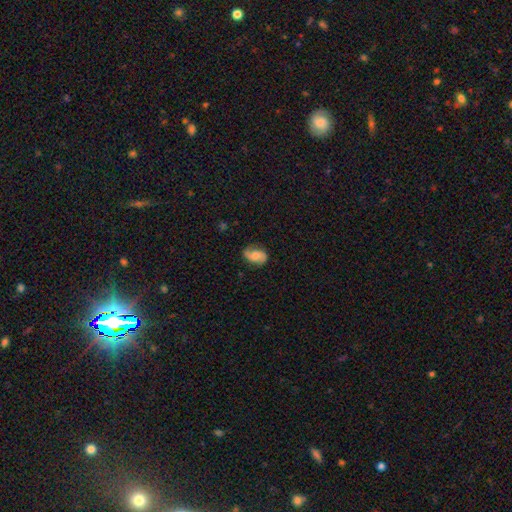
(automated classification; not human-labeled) Q: Smooth or featured?
A: featured or disk (49%); runner-up: smooth (43%)
Q: Merging?
A: none (71%); runner-up: minor disturbance (22%)